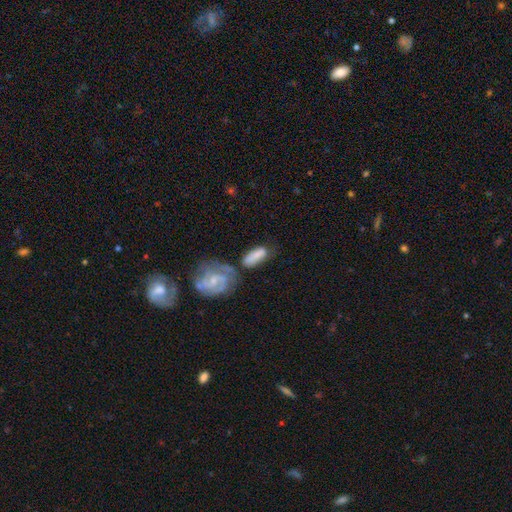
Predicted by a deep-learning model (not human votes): A smooth galaxy with no disk features (61%) that is in between round and cigar-shaped (71%).

Vote fractions:
- Smooth or featured? smooth: 61% / featured or disk: 31% / star or artifact: 8%
- How rounded? in between: 71% / cigar-shaped: 25% / round: 4%
- Merging? none: 42% / merger: 24% / minor disturbance: 22% / major disturbance: 11%